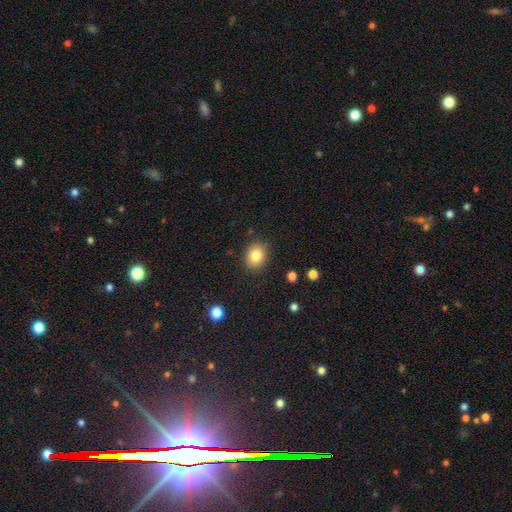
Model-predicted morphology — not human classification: type=smooth (83%); roundness=round (56%); merging=none (86%).